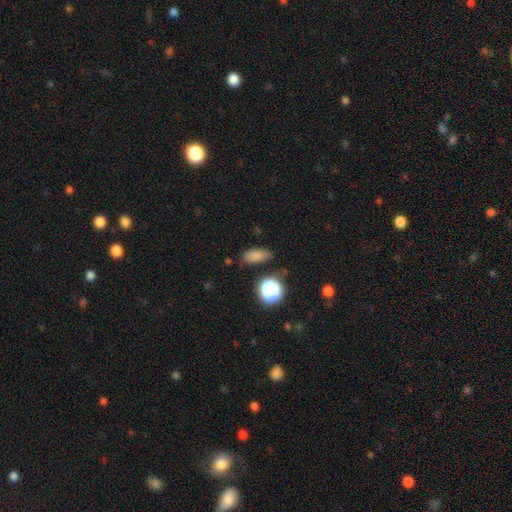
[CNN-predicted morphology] smooth-or-featured: smooth: 78% | star or artifact: 16% | featured or disk: 7%
  how-rounded: in between: 81% | round: 12% | cigar-shaped: 7%
  merging: none: 75% | minor disturbance: 18% | major disturbance: 5% | merger: 3%